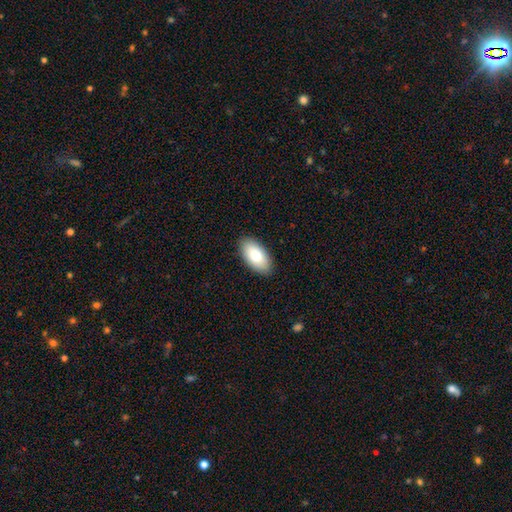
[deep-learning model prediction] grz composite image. It shows a smooth galaxy with no disk features (81%) that is in between round and cigar-shaped (95%). Merging: none (89%).